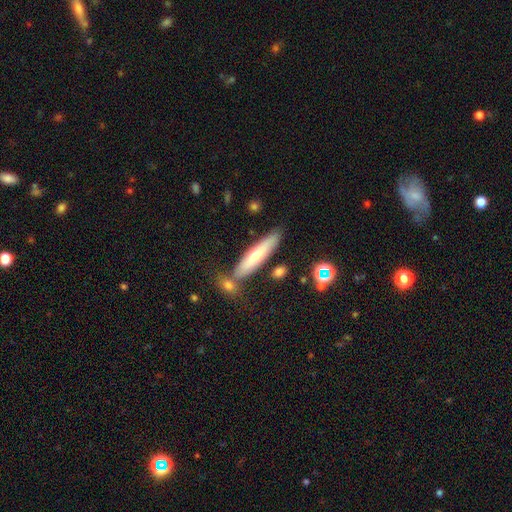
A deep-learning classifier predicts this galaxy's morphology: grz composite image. It shows a smooth galaxy with no disk features (60%) that is cigar-shaped (82%). Merging: none (72%).